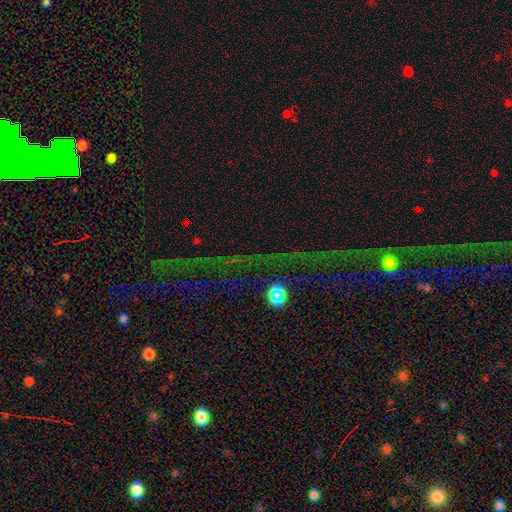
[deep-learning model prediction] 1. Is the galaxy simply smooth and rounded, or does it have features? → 74% star or artifact, 14% smooth, 12% featured or disk.